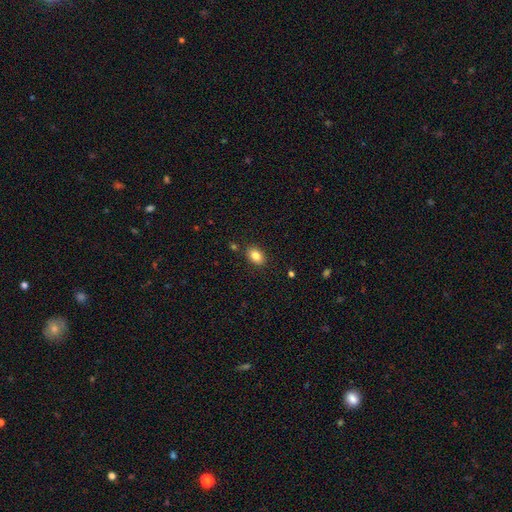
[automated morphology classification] Overall: smooth (84%). How rounded: in between (81%). Merging: none (87%).